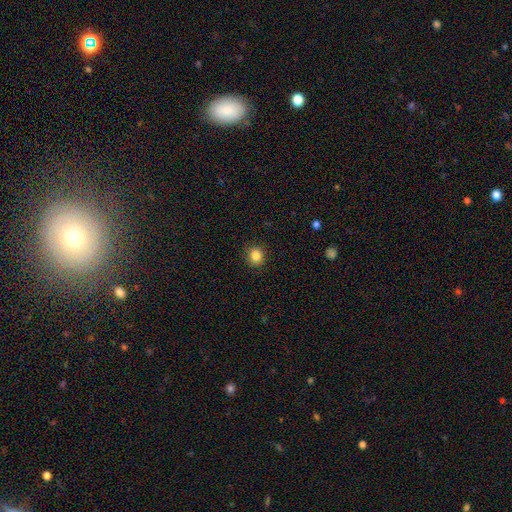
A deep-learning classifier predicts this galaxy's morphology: Smooth or featured?
  - smooth: 85% *
  - star or artifact: 11%
  - featured or disk: 4%
How rounded?
  - round: 83% *
  - in between: 16%
  - cigar-shaped: 1%
Merging?
  - none: 89% *
  - minor disturbance: 8%
  - major disturbance: 2%
  - merger: 1%